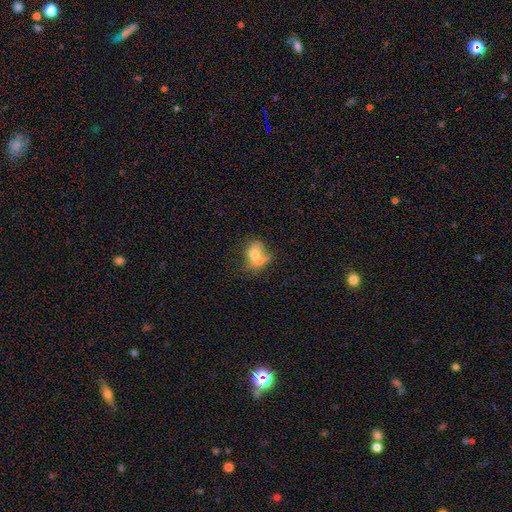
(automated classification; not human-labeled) smooth-or-featured: smooth: 62% | featured or disk: 27% | star or artifact: 11%
  how-rounded: in between: 64% | round: 34% | cigar-shaped: 2%
  merging: none: 30% | merger: 25% | major disturbance: 24% | minor disturbance: 21%